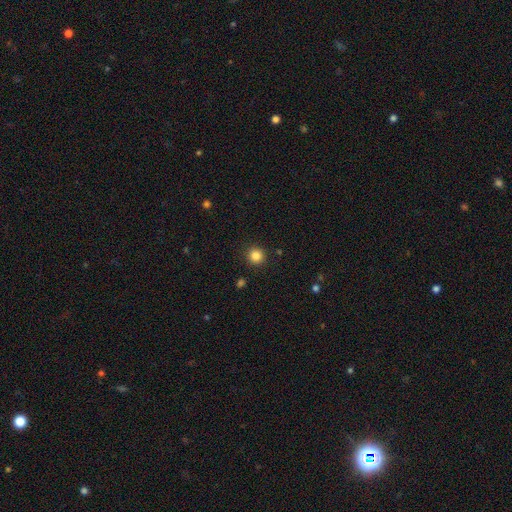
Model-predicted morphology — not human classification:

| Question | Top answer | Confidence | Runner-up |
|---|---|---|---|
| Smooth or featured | smooth | 84% | star or artifact (12%) |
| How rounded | round | 95% | in between (4%) |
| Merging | none | 92% | minor disturbance (5%) |